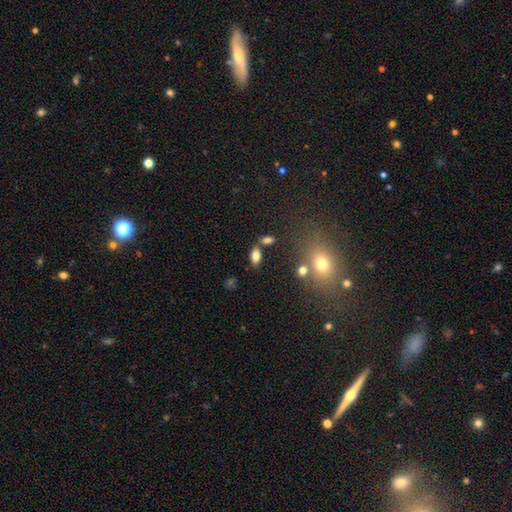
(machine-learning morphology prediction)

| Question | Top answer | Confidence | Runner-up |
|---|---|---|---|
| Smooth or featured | smooth | 77% | featured or disk (13%) |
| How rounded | in between | 89% | cigar-shaped (6%) |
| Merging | none | 70% | merger (15%) |